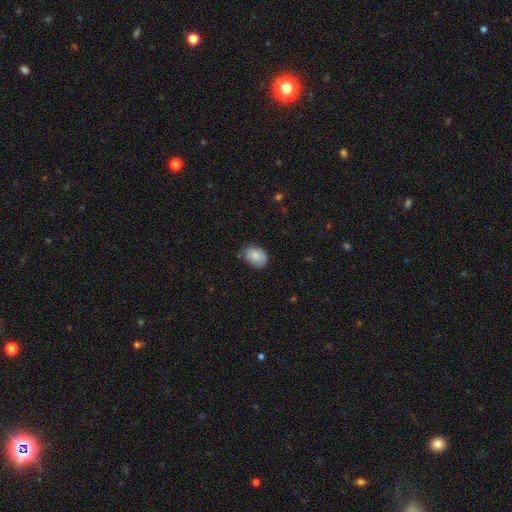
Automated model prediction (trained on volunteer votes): This appears to be a smooth galaxy with no disk features (82%) that is in between round and cigar-shaped (81%). Merging: none (69%).